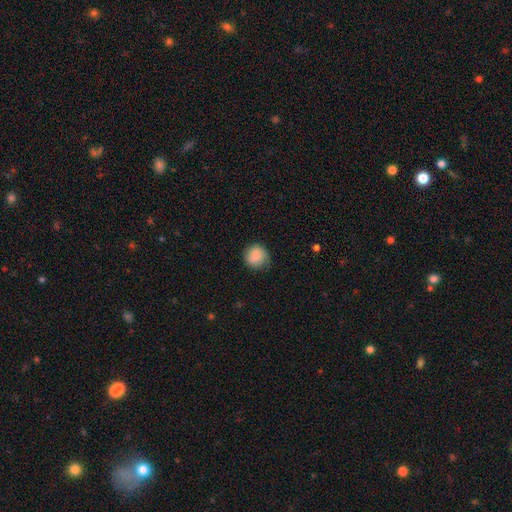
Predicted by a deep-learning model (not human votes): This is clearly a smooth galaxy (80%). How rounded: clearly round (90%). Merging: likely none (77%).